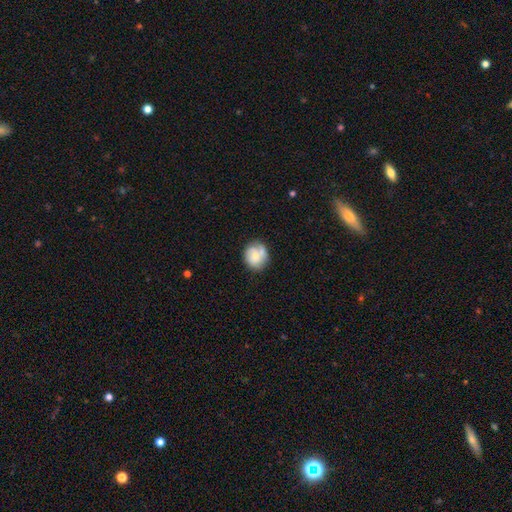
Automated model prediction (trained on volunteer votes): This is possibly a smooth galaxy (53%). How rounded: likely round (76%). Merging: possibly none (59%).